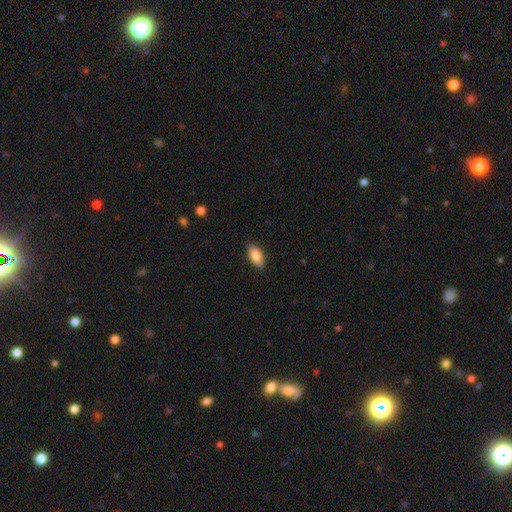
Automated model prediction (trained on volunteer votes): smooth 79%, featured or disk 14%, star or artifact 6%. Down the decision tree: how rounded — in between (83%); merging — none (88%).